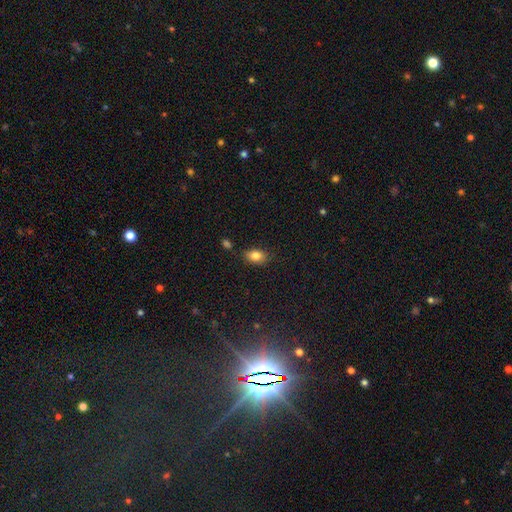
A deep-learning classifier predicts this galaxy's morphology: A smooth galaxy with no disk features (83%) that is in between round and cigar-shaped (84%).

Vote fractions:
- Smooth or featured? smooth: 83% / star or artifact: 9% / featured or disk: 8%
- How rounded? in between: 84% / round: 14% / cigar-shaped: 2%
- Merging? none: 80% / minor disturbance: 14% / merger: 3% / major disturbance: 3%